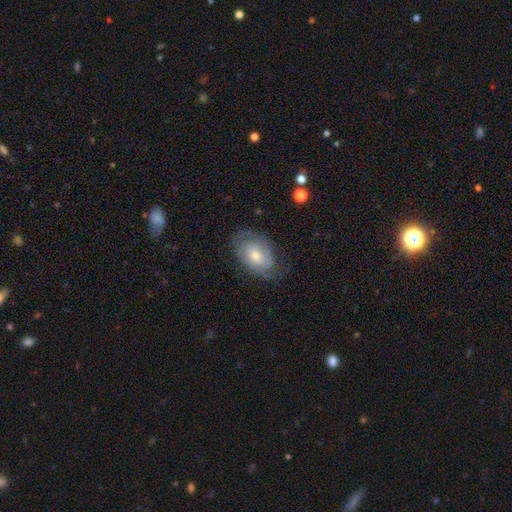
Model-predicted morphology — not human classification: A featured or disk galaxy (63%) with no bar (74%), spiral arms (81%) and a moderate central bulge (57%).

Vote fractions:
- Smooth or featured? featured or disk: 63% / smooth: 30% / star or artifact: 7%
- Edge-on disk? no: 95% / yes: 5%
- Bar? no: 74% / weak: 22% / strong: 4%
- Spiral arms? yes: 81% / no: 19%
- Bulge size? moderate: 57% / small: 35% / large: 5% / none: 2% / dominant: 1%
- Merging? none: 68% / minor disturbance: 21% / major disturbance: 10% / merger: 1%